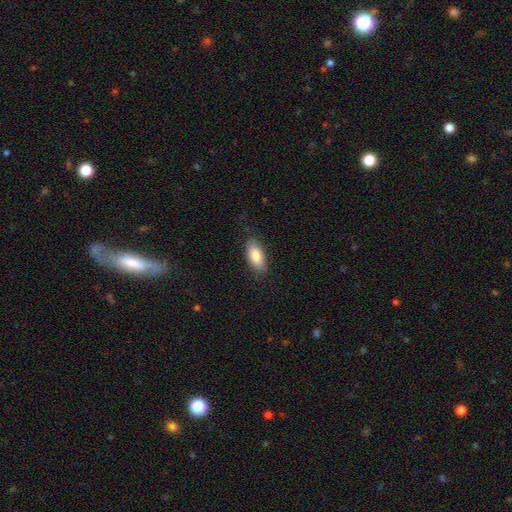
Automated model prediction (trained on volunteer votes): smooth 83%, featured or disk 11%, star or artifact 6%. Down the decision tree: how rounded — in between (87%); merging — none (83%).